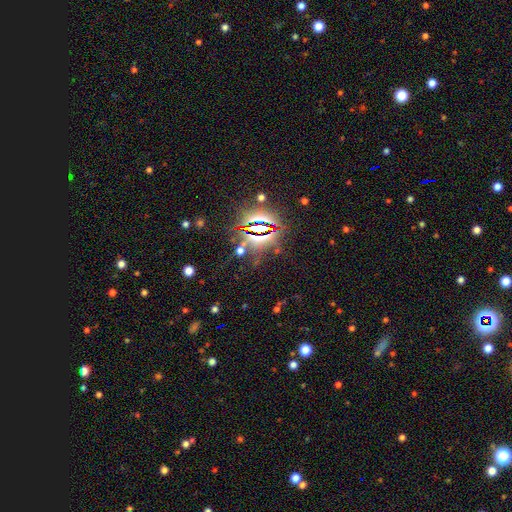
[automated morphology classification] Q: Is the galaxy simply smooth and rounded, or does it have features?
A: star or artifact — 86%.